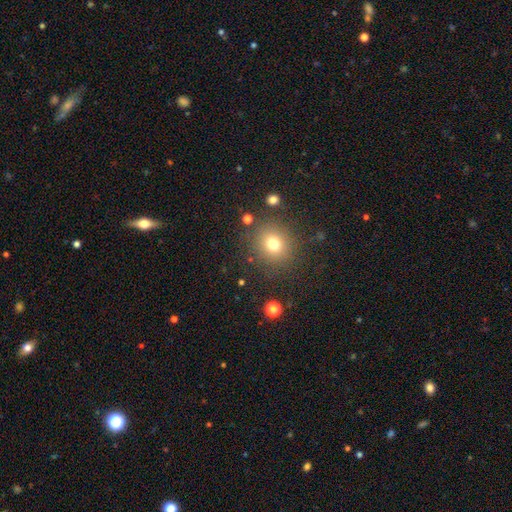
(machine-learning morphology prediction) smooth-or-featured: smooth: 64% | star or artifact: 27% | featured or disk: 9%
  how-rounded: round: 88% | in between: 11% | cigar-shaped: 1%
  merging: none: 87% | minor disturbance: 7% | merger: 4% | major disturbance: 3%